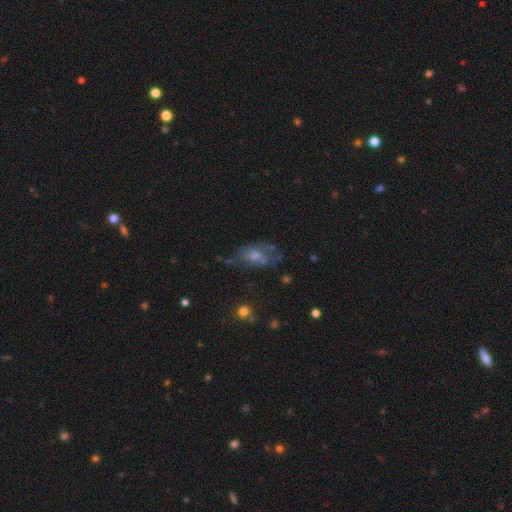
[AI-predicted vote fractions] Smooth or featured? smooth (45%)
Merging? none (41%)